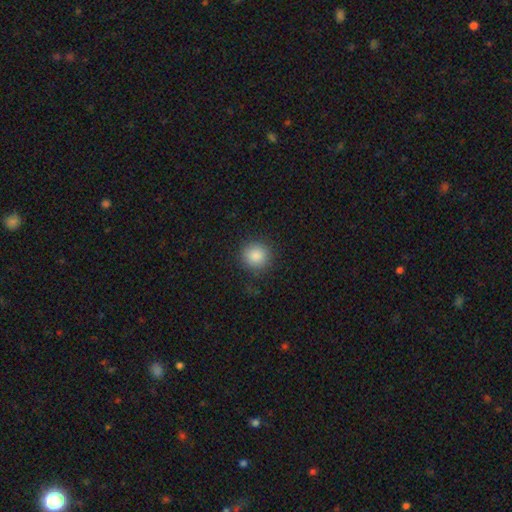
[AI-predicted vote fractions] Morphology: type=smooth (87%); roundness=round (93%); merging=none (87%).